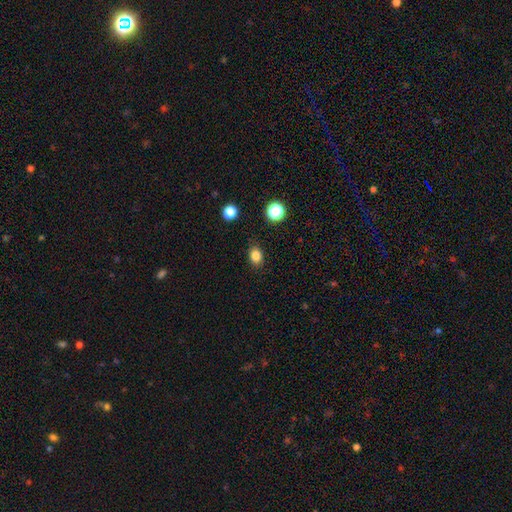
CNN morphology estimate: A smooth galaxy with no disk features (83%) that is in between round and cigar-shaped (60%).

Vote fractions:
- Smooth or featured? smooth: 83% / star or artifact: 12% / featured or disk: 5%
- How rounded? in between: 60% / round: 39% / cigar-shaped: 1%
- Merging? none: 86% / minor disturbance: 10% / major disturbance: 3% / merger: 2%